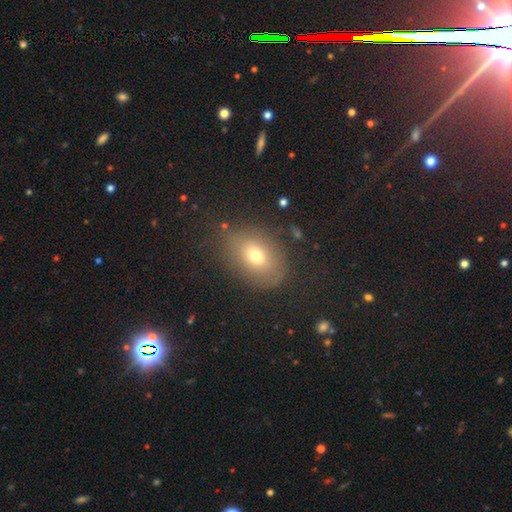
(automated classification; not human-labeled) Smooth or featured? smooth (68%)
How rounded? in between (73%)
Merging? none (73%)